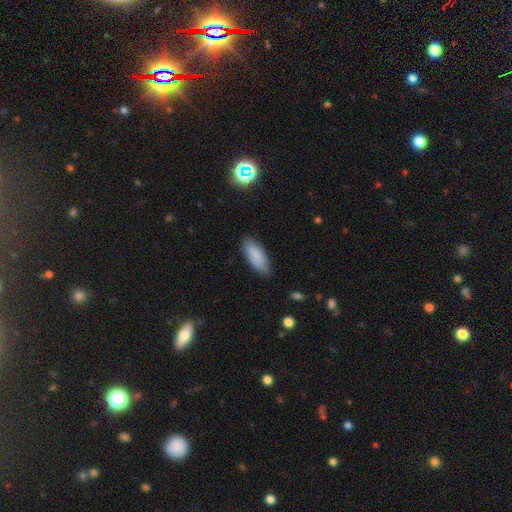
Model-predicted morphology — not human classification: This appears to be a smooth galaxy with no disk features (86%) that is in between round and cigar-shaped (76%). Merging: none (81%).